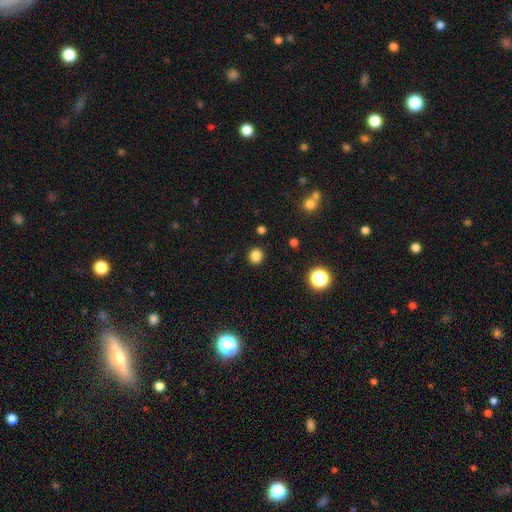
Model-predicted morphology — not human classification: Smooth or featured?
  - smooth: 83% *
  - star or artifact: 13%
  - featured or disk: 3%
How rounded?
  - round: 83% *
  - in between: 16%
  - cigar-shaped: 1%
Merging?
  - none: 90% *
  - minor disturbance: 6%
  - major disturbance: 2%
  - merger: 2%